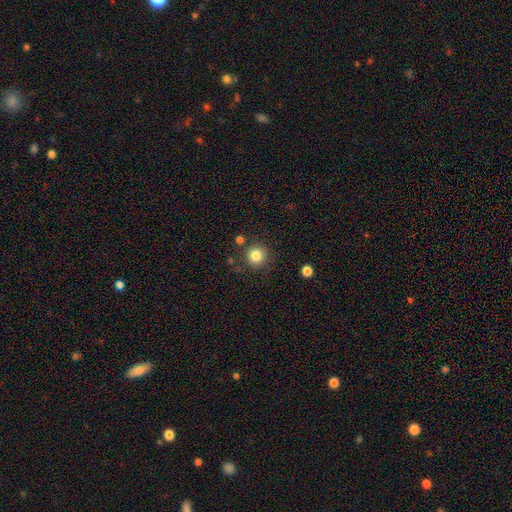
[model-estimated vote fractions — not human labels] smooth_or_featured: smooth (p=0.84) [alt: star or artifact p=0.11]
how_rounded: round (p=0.94) [alt: in between p=0.05]
merging: none (p=0.85) [alt: minor disturbance p=0.08]